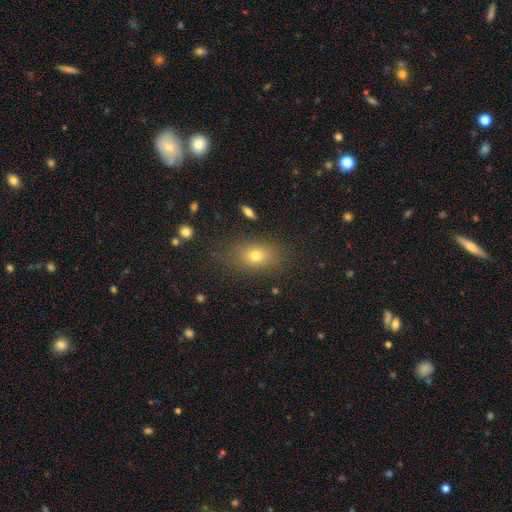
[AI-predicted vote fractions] Q: Smooth or featured?
A: smooth (73%); runner-up: star or artifact (14%)
Q: How rounded?
A: in between (74%); runner-up: round (23%)
Q: Merging?
A: none (80%); runner-up: minor disturbance (13%)